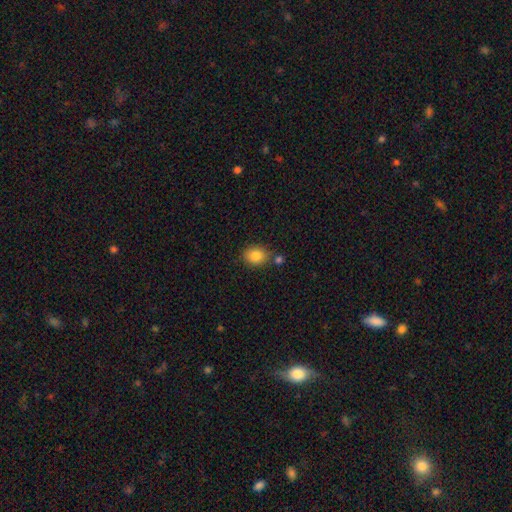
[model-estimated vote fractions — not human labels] Q: Smooth or featured?
A: smooth (84%); runner-up: star or artifact (9%)
Q: How rounded?
A: round (50%); runner-up: in between (49%)
Q: Merging?
A: none (72%); runner-up: minor disturbance (13%)